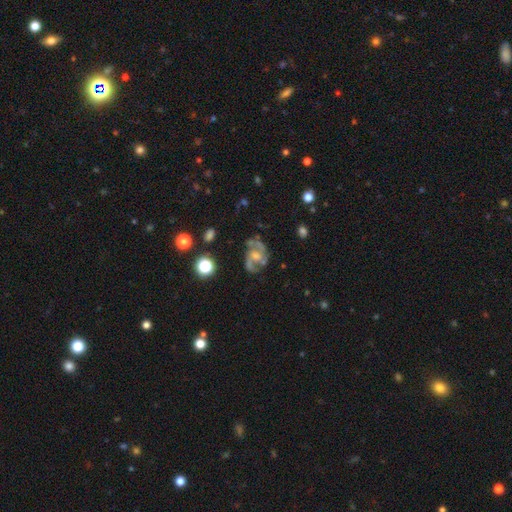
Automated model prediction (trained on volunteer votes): Q: Smooth or featured?
A: featured or disk (75%); runner-up: smooth (15%)
Q: Edge-on disk?
A: no (97%); runner-up: yes (3%)
Q: Bar?
A: no (45%); runner-up: weak (42%)
Q: Spiral arms?
A: yes (84%); runner-up: no (16%)
Q: Spiral winding?
A: medium (51%); runner-up: loose (33%)
Q: Spiral arm count?
A: 2 (74%); runner-up: can't tell (12%)
Q: Bulge size?
A: moderate (39%); runner-up: small (27%)
Q: Merging?
A: none (56%); runner-up: minor disturbance (20%)